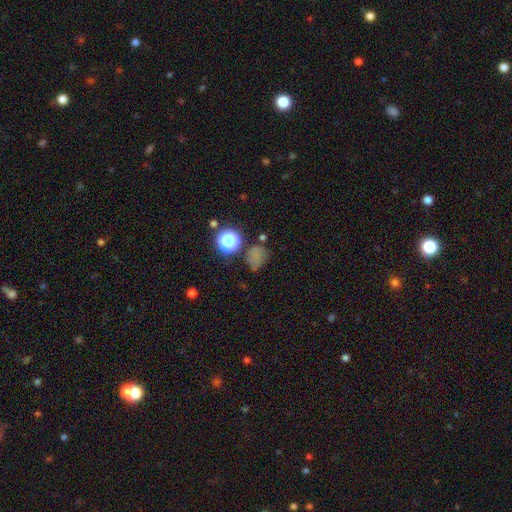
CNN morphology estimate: The model was most divided on "how rounded": round: 61%, in between: 37%, cigar-shaped: 2%. More confident: merging — none (59%); smooth or featured — smooth (58%).